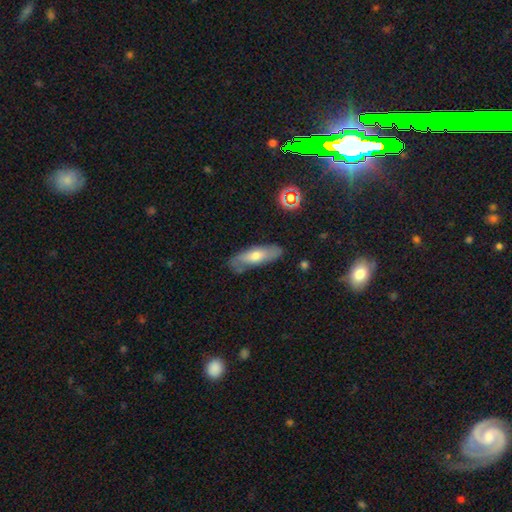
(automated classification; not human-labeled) Overall: smooth (61%; featured or disk 32%). How rounded: in between (50%; cigar-shaped 47%). Merging: none (76%).